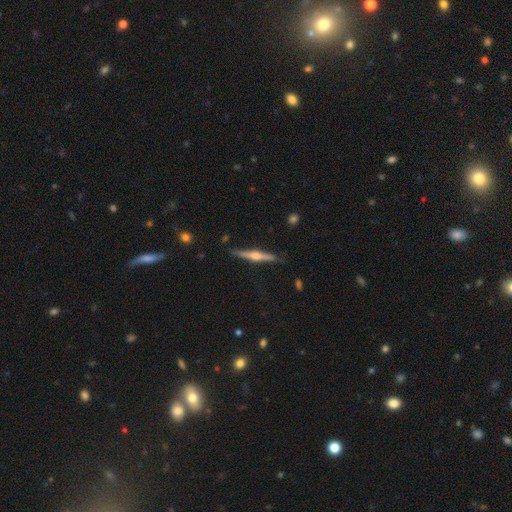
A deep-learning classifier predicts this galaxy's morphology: A featured or disk galaxy (77%) viewed edge-on (98%) with a rounded central bulge (91%).

Vote fractions:
- Smooth or featured? featured or disk: 77% / smooth: 18% / star or artifact: 5%
- Edge-on disk? yes: 98% / no: 2%
- Edge-on bulge? rounded: 91% / boxy: 5% / none: 4%
- Merging? none: 89% / minor disturbance: 8% / major disturbance: 2% / merger: 1%